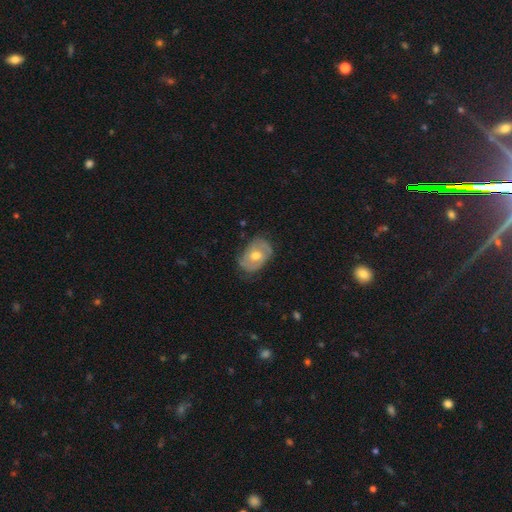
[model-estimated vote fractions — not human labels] Q: Smooth or featured?
A: featured or disk (62%); runner-up: smooth (32%)
Q: Edge-on disk?
A: no (95%); runner-up: yes (5%)
Q: Bar?
A: no (62%); runner-up: weak (30%)
Q: Spiral arms?
A: yes (69%); runner-up: no (31%)
Q: Bulge size?
A: moderate (76%); runner-up: small (15%)
Q: Merging?
A: none (65%); runner-up: minor disturbance (26%)